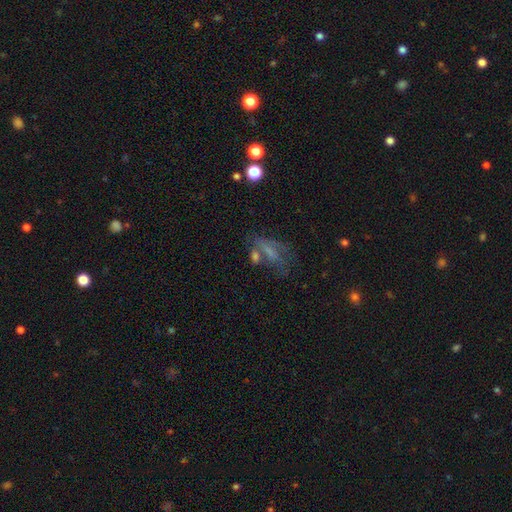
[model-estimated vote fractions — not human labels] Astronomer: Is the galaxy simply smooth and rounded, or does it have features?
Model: featured or disk — 38% (runner-up: smooth, 32%).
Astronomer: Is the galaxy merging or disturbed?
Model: none — 56%.